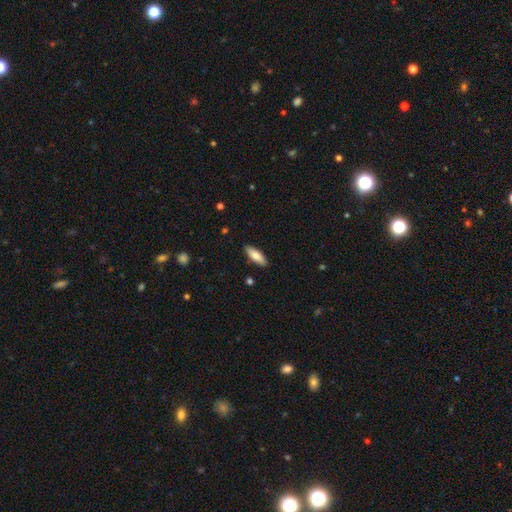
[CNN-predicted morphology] Q: Smooth or featured?
A: smooth (81%); runner-up: featured or disk (13%)
Q: How rounded?
A: in between (65%); runner-up: cigar-shaped (34%)
Q: Merging?
A: none (89%); runner-up: minor disturbance (8%)